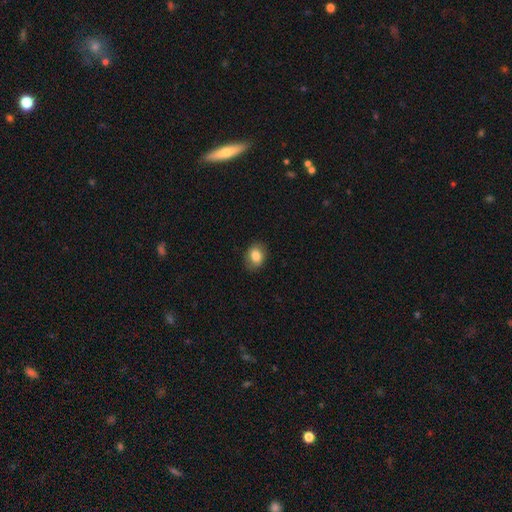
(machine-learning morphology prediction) smooth-or-featured: smooth: 84% | star or artifact: 8% | featured or disk: 8%
  how-rounded: in between: 61% | round: 38% | cigar-shaped: 1%
  merging: none: 83% | minor disturbance: 13% | major disturbance: 3% | merger: 1%